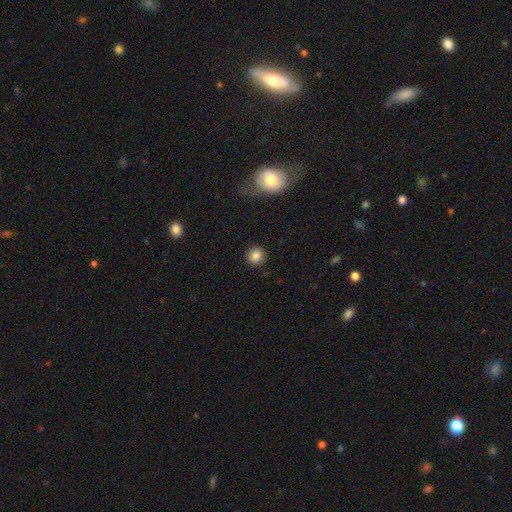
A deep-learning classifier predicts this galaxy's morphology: type=smooth (85%); roundness=round (93%); merging=none (91%).